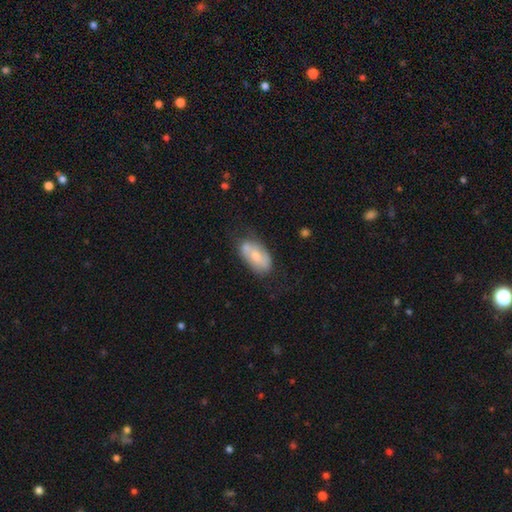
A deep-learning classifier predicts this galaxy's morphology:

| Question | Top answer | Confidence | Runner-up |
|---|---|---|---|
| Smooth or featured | smooth | 52% | featured or disk (41%) |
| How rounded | in between | 91% | round (5%) |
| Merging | none | 64% | minor disturbance (24%) |